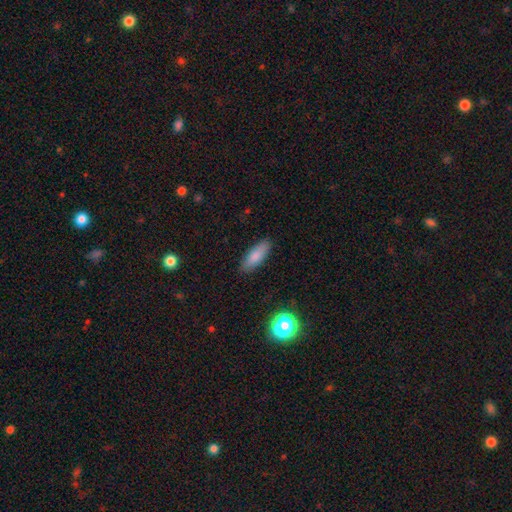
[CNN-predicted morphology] This appears to be a smooth galaxy with no disk features (84%) that is in between round and cigar-shaped (64%). Merging: none (87%).